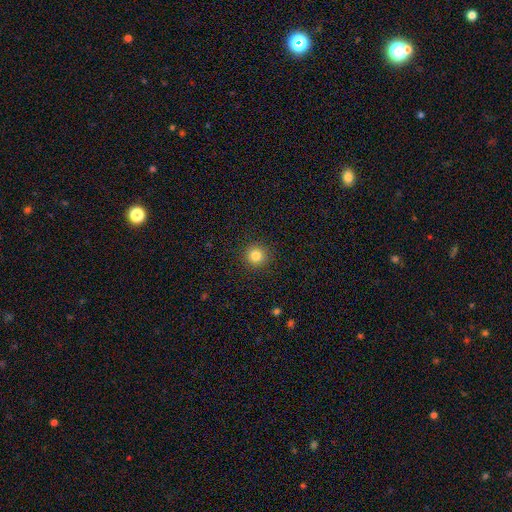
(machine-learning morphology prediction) smooth 84%, star or artifact 12%, featured or disk 5%. Down the decision tree: how rounded — round (95%); merging — none (92%).